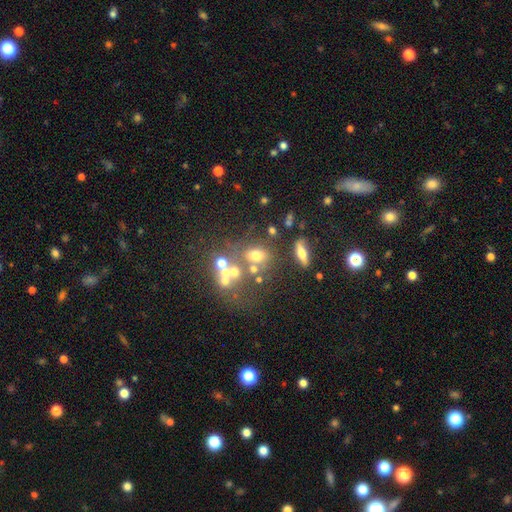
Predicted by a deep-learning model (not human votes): Smooth or featured? smooth (54%)
How rounded? in between (52%)
Merging? none (46%)